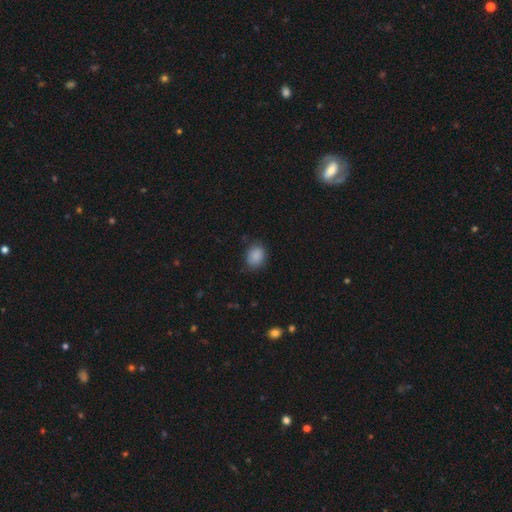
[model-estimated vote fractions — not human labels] Smooth or featured: smooth — 87% (star or artifact — 8%)
How rounded: round — 50% (in between — 49%)
Merging: none — 74% (minor disturbance — 20%)